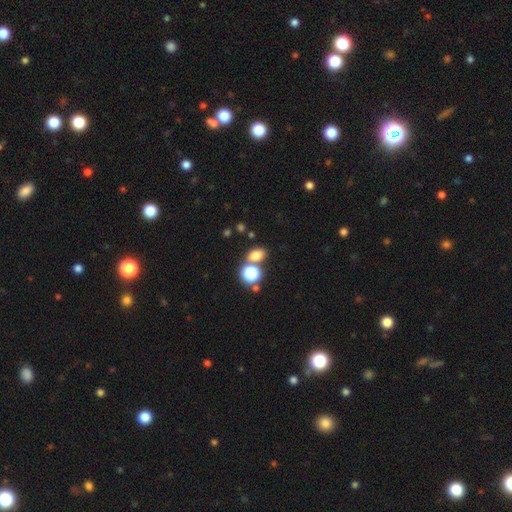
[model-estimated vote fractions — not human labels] Morphology: type=smooth (74%); roundness=in between (60%); merging=none (62%).